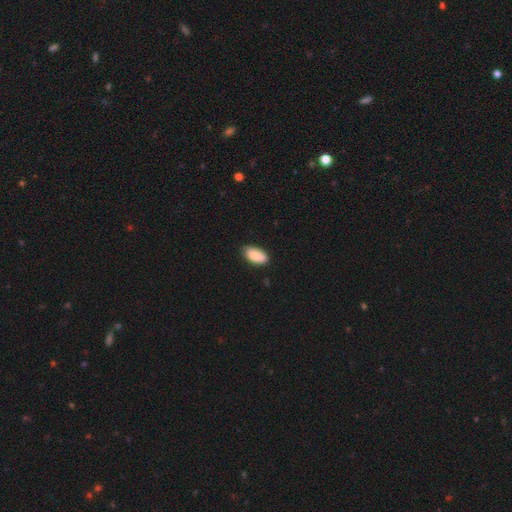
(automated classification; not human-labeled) Q: Smooth or featured?
A: smooth (87%); runner-up: featured or disk (7%)
Q: How rounded?
A: in between (94%); runner-up: cigar-shaped (3%)
Q: Merging?
A: none (79%); runner-up: minor disturbance (17%)